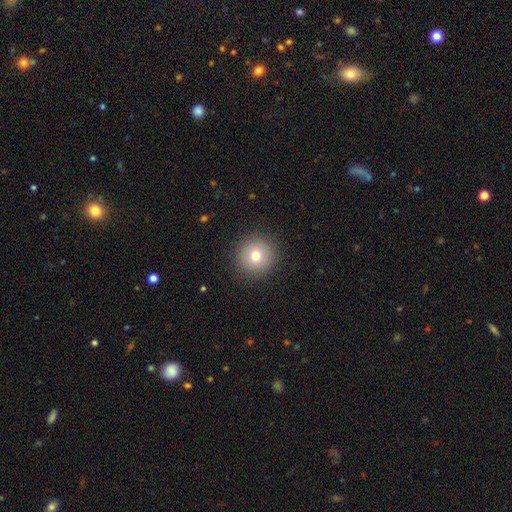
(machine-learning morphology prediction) This appears to be a smooth galaxy with no disk features (76%) that is round (94%). Merging: none (90%).